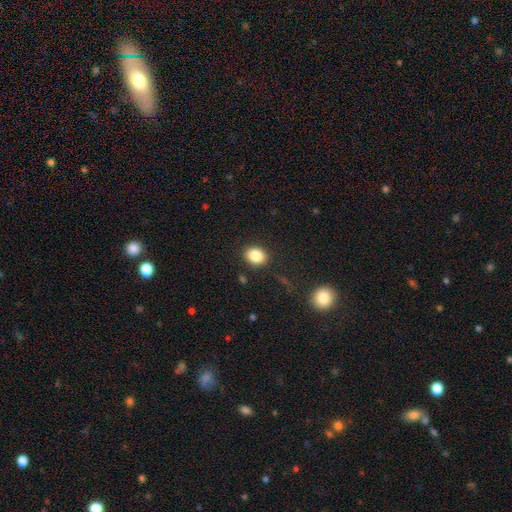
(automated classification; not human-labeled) This is clearly a smooth galaxy (85%). How rounded: possibly in between (56%). Merging: clearly none (87%).